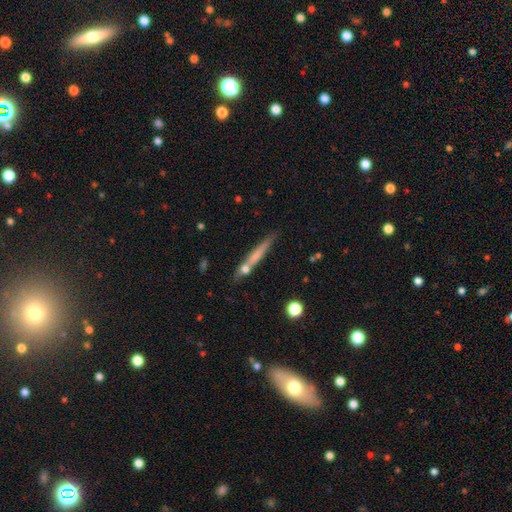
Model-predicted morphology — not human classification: Smooth or featured: smooth — 53% (featured or disk — 40%)
How rounded: cigar-shaped — 94% (in between — 4%)
Merging: none — 70% (minor disturbance — 15%)